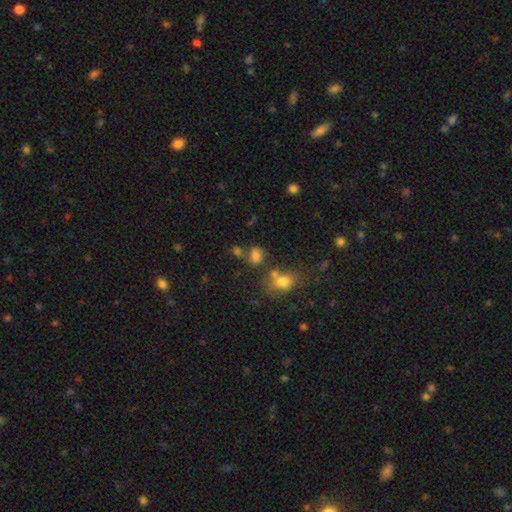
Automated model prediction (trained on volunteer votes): Smooth or featured?
  - smooth: 72% *
  - star or artifact: 17%
  - featured or disk: 11%
How rounded?
  - in between: 61% *
  - round: 38%
  - cigar-shaped: 2%
Merging?
  - none: 49% *
  - merger: 25%
  - minor disturbance: 17%
  - major disturbance: 9%